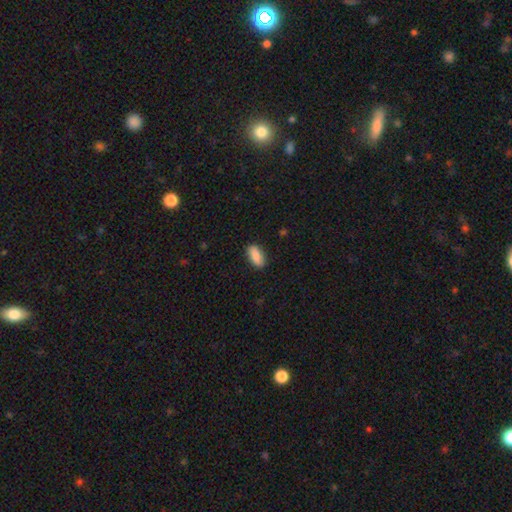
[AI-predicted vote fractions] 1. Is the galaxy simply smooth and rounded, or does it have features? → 89% smooth, 6% star or artifact, 5% featured or disk.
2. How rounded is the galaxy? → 86% in between, 11% cigar-shaped, 2% round.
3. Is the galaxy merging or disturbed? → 87% none, 10% minor disturbance, 2% major disturbance, 1% merger.